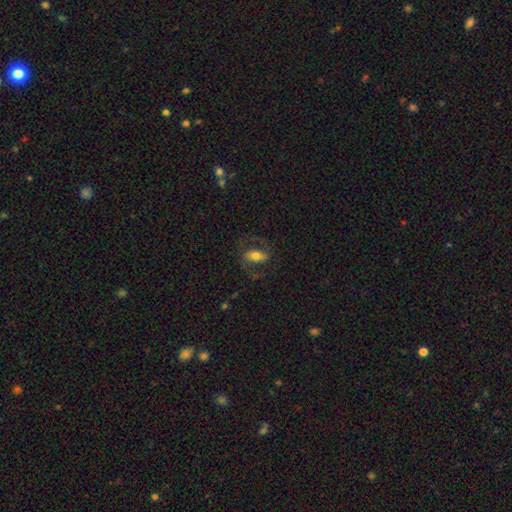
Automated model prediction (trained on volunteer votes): The model was most divided on "smooth or featured": featured or disk: 52%, smooth: 40%, star or artifact: 9%. More confident: edge-on disk — no (92%); merging — none (66%).